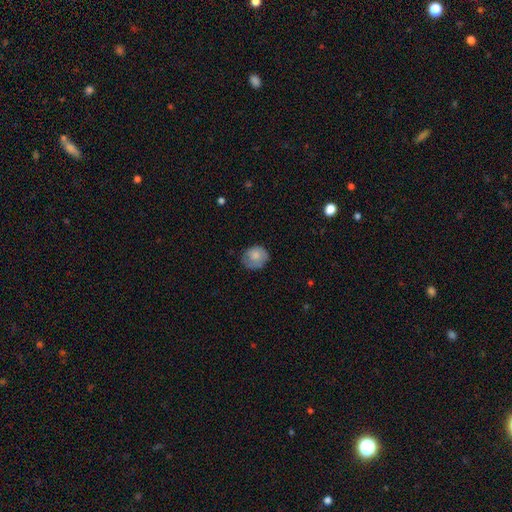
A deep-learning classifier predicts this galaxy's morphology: Smooth or featured? Predicted: smooth (p=0.75). How rounded? Predicted: round (p=0.66). Merging? Predicted: none (p=0.69).